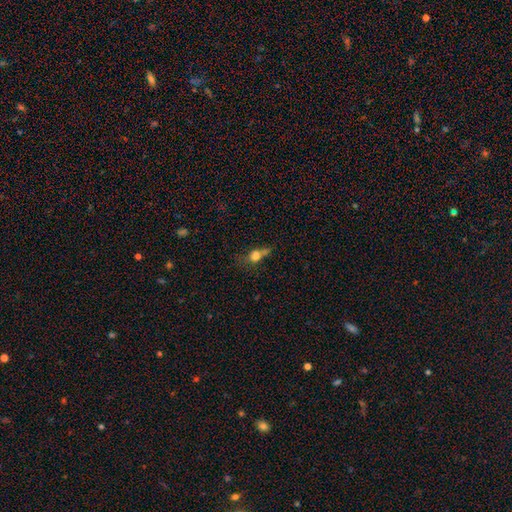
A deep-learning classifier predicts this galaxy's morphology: Smooth or featured? Predicted: smooth (p=0.69). How rounded? Predicted: in between (p=0.46). Merging? Predicted: merger (p=0.36).